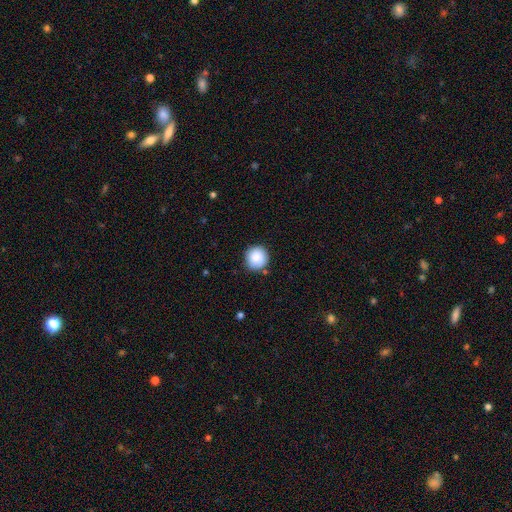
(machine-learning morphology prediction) The model was most divided on "merging": none: 84%, minor disturbance: 12%, major disturbance: 2%, merger: 2%. More confident: how rounded — round (93%); smooth or featured — smooth (86%).